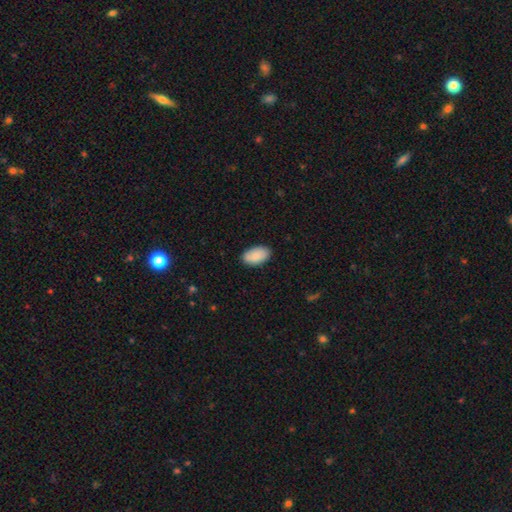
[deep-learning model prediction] Q: Smooth or featured?
A: smooth (85%); runner-up: featured or disk (9%)
Q: How rounded?
A: in between (95%); runner-up: round (4%)
Q: Merging?
A: none (87%); runner-up: minor disturbance (10%)